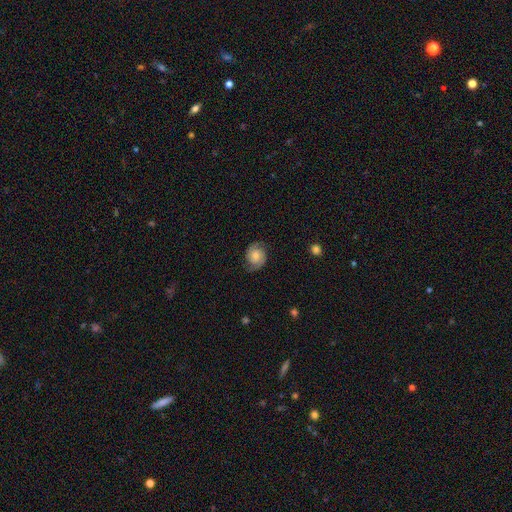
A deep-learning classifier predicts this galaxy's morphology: smooth-or-featured: featured or disk: 67% | smooth: 25% | star or artifact: 8%
  disk-edge-on: no: 98% | yes: 2%
    bar: no: 69% | weak: 26% | strong: 4%
    has-spiral-arms: yes: 95% | no: 5%
      spiral-winding: medium: 43% | tight: 42% | loose: 15%
      spiral-arm-count: 2: 90% | can't tell: 5% | 1: 2% | 3: 1% | 4: 1% | more than 4: 1%
    bulge-size: moderate: 47% | small: 30% | large: 11% | none: 10% | dominant: 2%
  merging: none: 79% | minor disturbance: 15% | major disturbance: 5% | merger: 1%